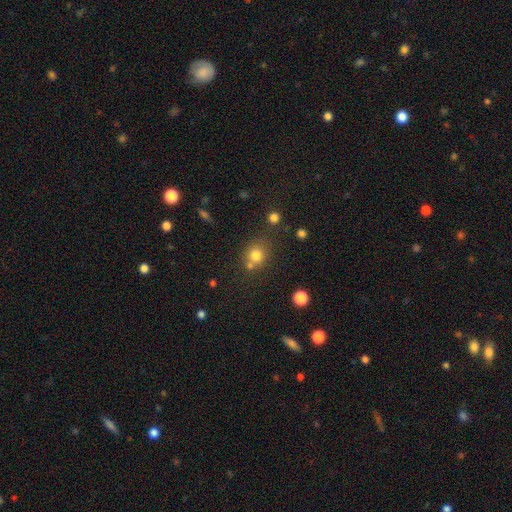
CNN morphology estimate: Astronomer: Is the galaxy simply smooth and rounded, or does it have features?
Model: smooth — 78%.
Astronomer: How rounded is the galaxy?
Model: round — 82%.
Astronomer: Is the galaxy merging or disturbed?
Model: none — 62%.